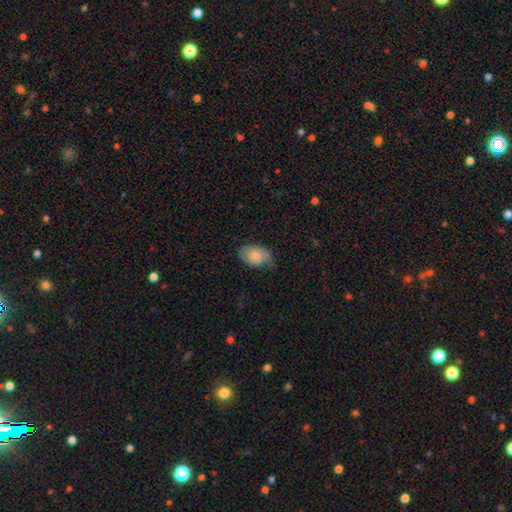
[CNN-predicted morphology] Overall: smooth (68%). How rounded: in between (84%). Merging: none (49%; minor disturbance 37%).